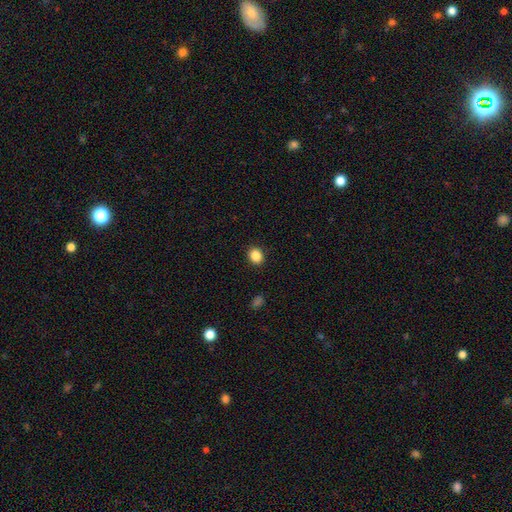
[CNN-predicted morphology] The model was most divided on "how rounded": round: 63%, in between: 36%, cigar-shaped: 1%. More confident: merging — none (90%); smooth or featured — smooth (87%).